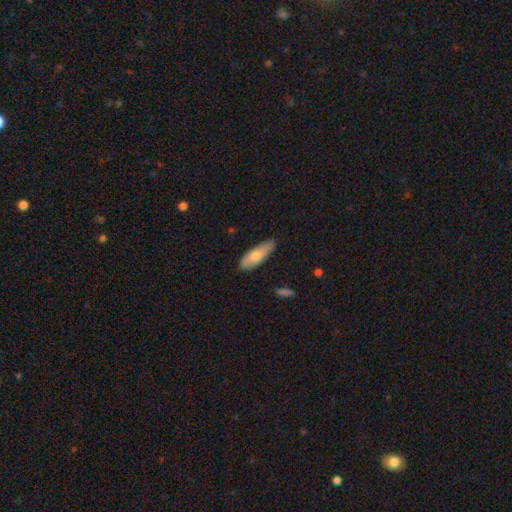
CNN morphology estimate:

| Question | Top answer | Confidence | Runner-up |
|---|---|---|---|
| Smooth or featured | smooth | 74% | featured or disk (20%) |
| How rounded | in between | 63% | cigar-shaped (35%) |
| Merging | none | 75% | minor disturbance (21%) |